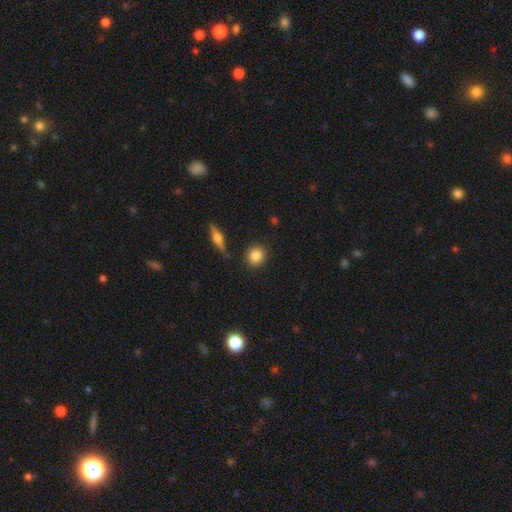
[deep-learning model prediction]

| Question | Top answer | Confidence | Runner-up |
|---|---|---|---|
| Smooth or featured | smooth | 84% | featured or disk (9%) |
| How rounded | round | 82% | in between (16%) |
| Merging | none | 87% | minor disturbance (8%) |